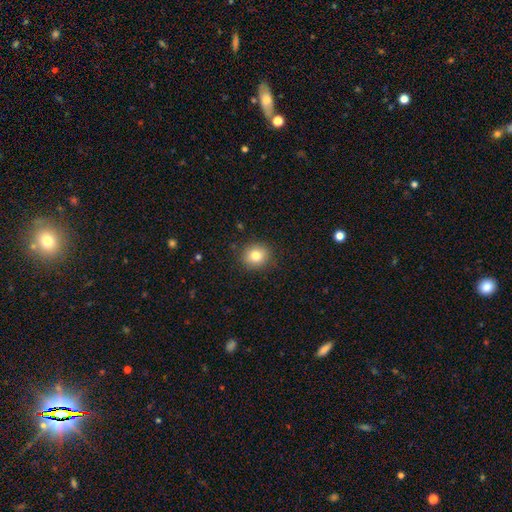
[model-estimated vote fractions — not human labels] Overall: smooth (80%). How rounded: round (84%). Merging: none (89%).